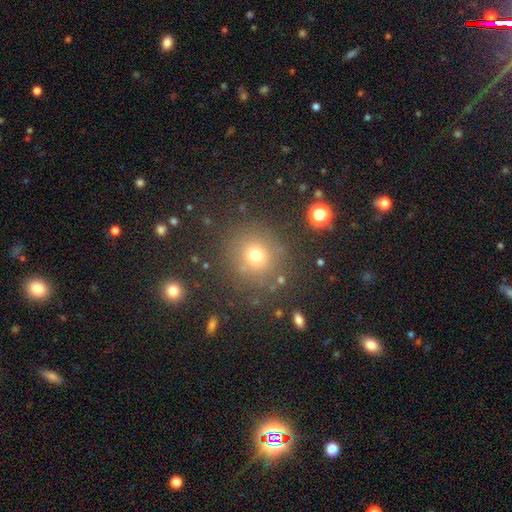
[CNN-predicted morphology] The model was most divided on "smooth or featured": smooth: 71%, star or artifact: 19%, featured or disk: 10%. More confident: how rounded — round (90%); merging — none (83%).